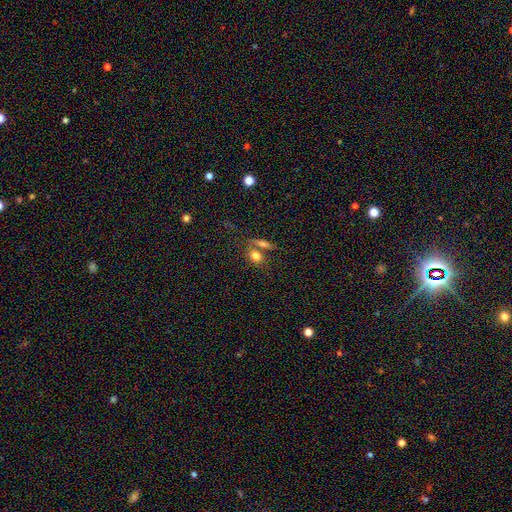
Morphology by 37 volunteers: Smooth or featured? 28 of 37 (76%) said smooth. How rounded? 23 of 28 (82%) said in between. Merging? 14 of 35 (40%) said merger.